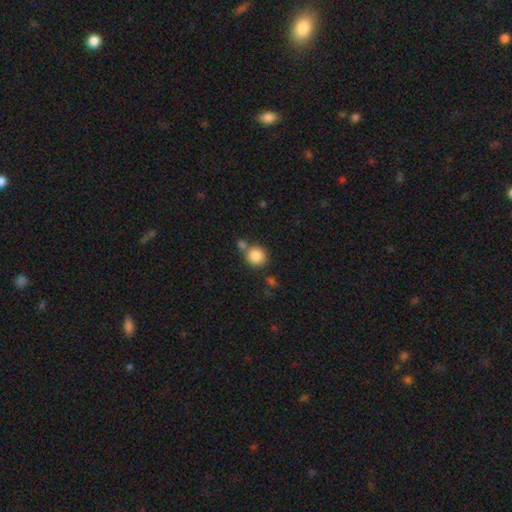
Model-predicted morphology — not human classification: type=smooth (85%); roundness=round (90%); merging=none (63%).